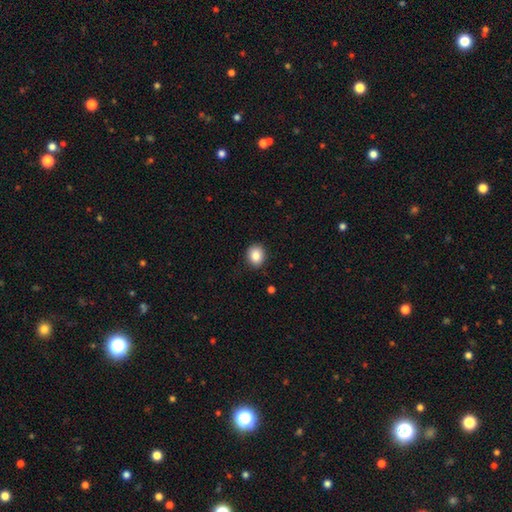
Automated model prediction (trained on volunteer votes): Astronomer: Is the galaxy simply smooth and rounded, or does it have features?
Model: smooth — 86%.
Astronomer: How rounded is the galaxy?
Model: round — 65%.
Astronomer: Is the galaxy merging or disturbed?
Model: none — 89%.